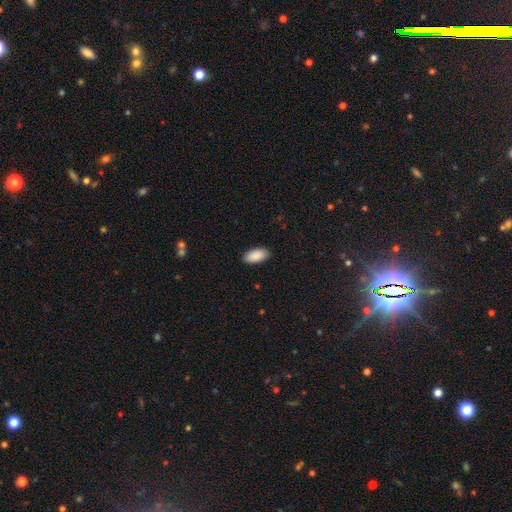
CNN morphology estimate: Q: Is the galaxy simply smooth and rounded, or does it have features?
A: smooth — 90%.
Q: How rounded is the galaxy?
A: in between — 94%.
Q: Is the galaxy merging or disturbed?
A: none — 89%.